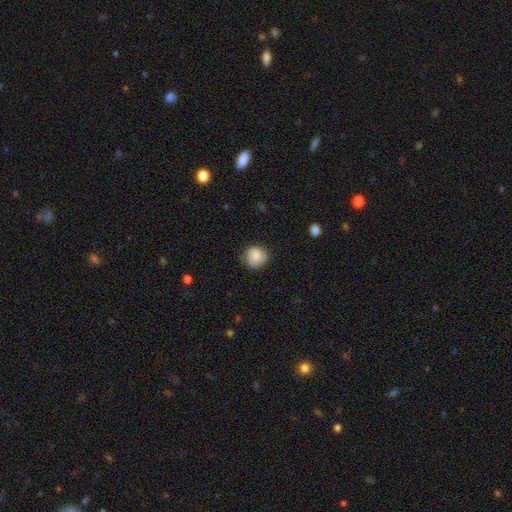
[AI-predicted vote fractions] smooth_or_featured: smooth (p=0.73) [alt: featured or disk p=0.19]
how_rounded: round (p=0.89) [alt: in between p=0.10]
merging: none (p=0.75) [alt: minor disturbance p=0.19]